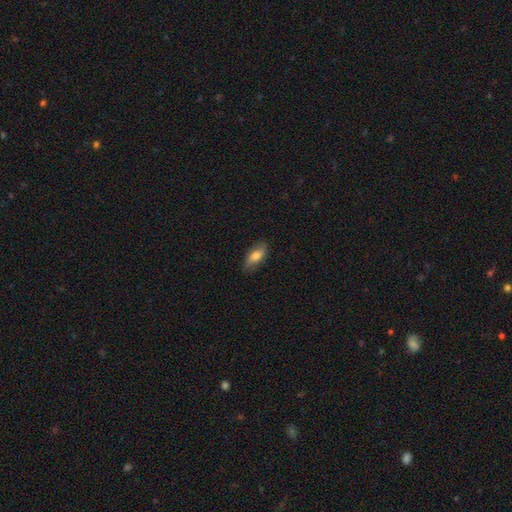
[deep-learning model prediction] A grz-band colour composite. It shows a smooth galaxy with no disk features (72%) that is in between round and cigar-shaped (82%). Merging: none (78%).